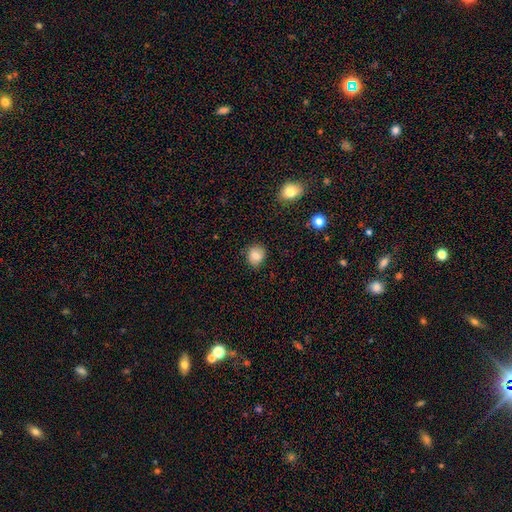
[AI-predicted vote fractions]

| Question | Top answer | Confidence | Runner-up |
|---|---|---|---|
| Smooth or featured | smooth | 81% | star or artifact (9%) |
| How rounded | round | 70% | in between (29%) |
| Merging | none | 83% | minor disturbance (13%) |